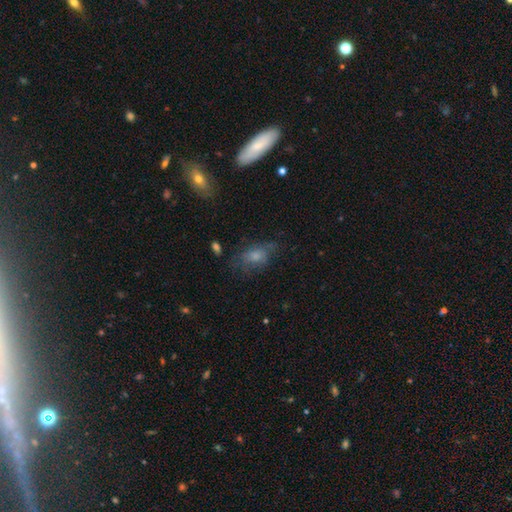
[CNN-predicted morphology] type=smooth (63%); roundness=in between (82%); merging=none (48%).